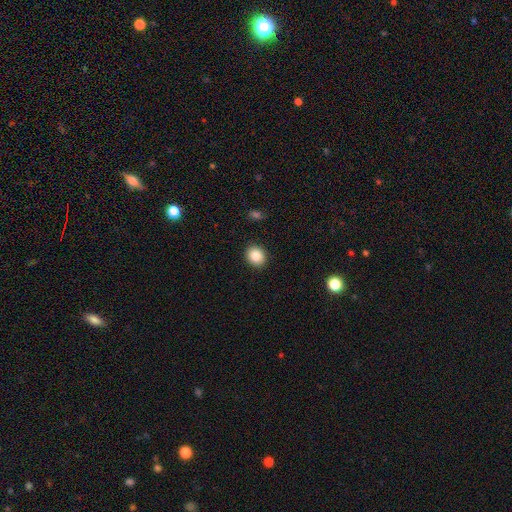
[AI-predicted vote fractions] Smooth or featured: smooth — 87% (star or artifact — 9%)
How rounded: round — 65% (in between — 34%)
Merging: none — 90% (minor disturbance — 7%)